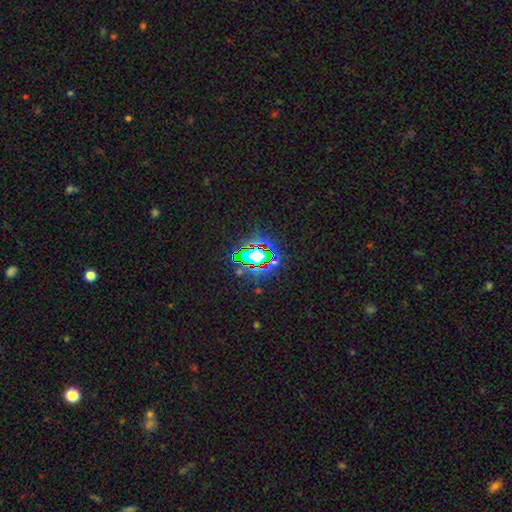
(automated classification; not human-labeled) This appears to be a star or artifact, not a galaxy (71%).